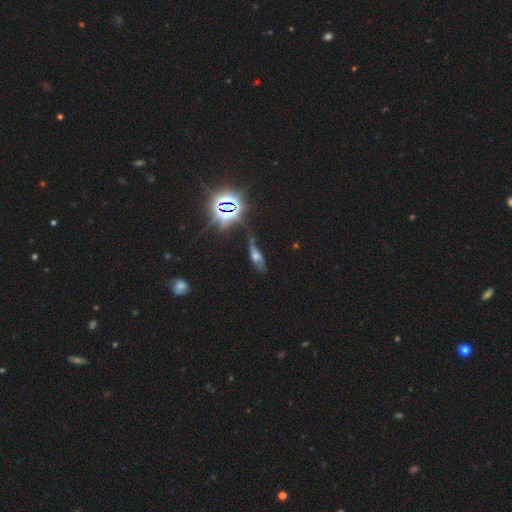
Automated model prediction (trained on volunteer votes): Smooth or featured? Predicted: star or artifact (p=0.35).